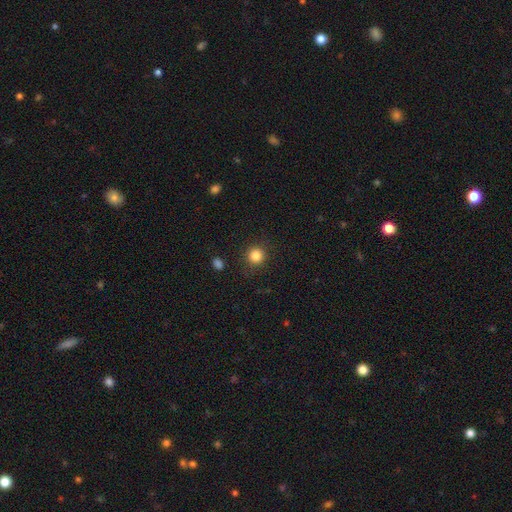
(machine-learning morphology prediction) smooth_or_featured: smooth (p=0.84) [alt: star or artifact p=0.12]
how_rounded: round (p=0.92) [alt: in between p=0.07]
merging: none (p=0.88) [alt: minor disturbance p=0.07]